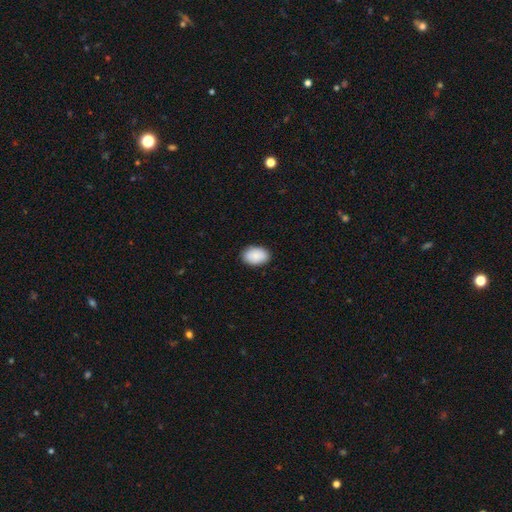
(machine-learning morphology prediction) type=smooth (91%); roundness=in between (87%); merging=none (89%).